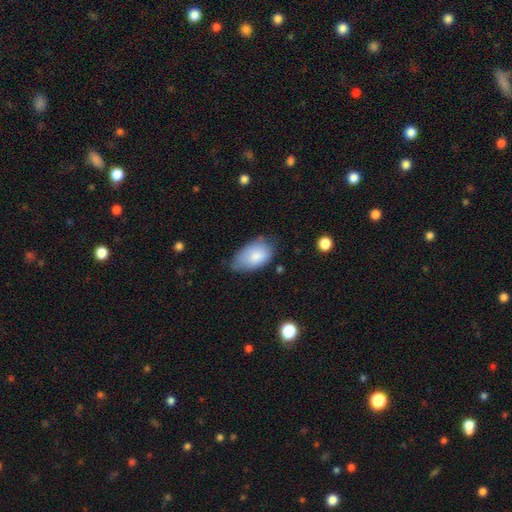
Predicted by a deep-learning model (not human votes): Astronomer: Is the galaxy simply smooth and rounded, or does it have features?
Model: smooth — 83%.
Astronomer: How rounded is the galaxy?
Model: in between — 94%.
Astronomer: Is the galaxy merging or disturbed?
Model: none — 54% (runner-up: minor disturbance, 36%).